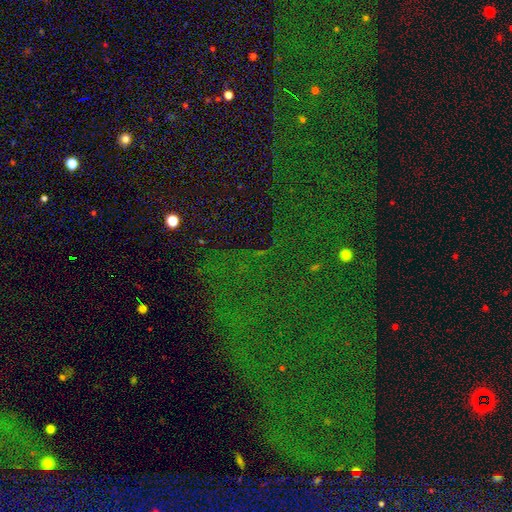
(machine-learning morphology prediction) star or artifact 78%, featured or disk 11%, smooth 10%.